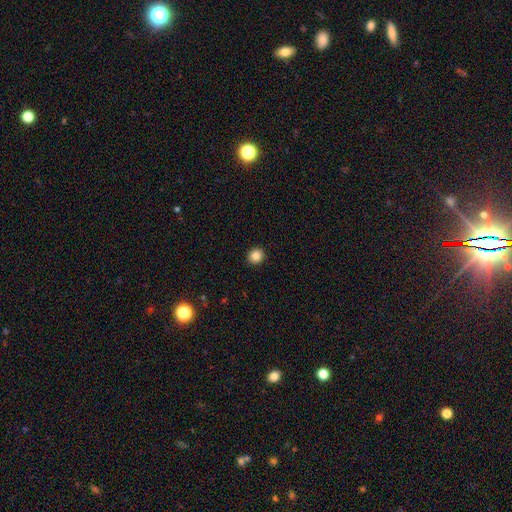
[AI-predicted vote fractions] Overall: smooth (85%). How rounded: round (88%). Merging: none (93%).